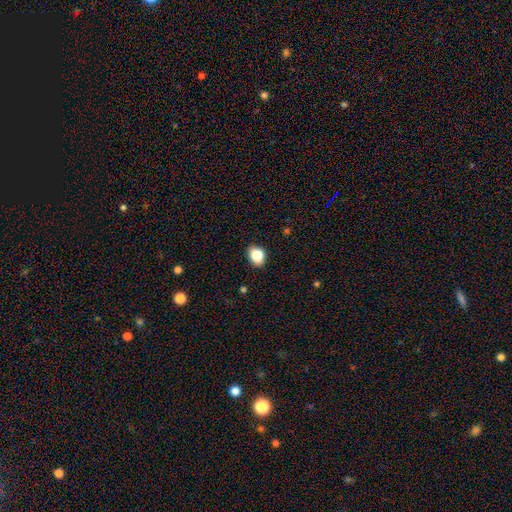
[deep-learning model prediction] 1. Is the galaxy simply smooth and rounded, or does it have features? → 84% smooth, 9% star or artifact, 7% featured or disk.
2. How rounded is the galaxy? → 63% in between, 35% round, 1% cigar-shaped.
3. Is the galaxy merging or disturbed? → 85% none, 12% minor disturbance, 2% major disturbance, 1% merger.